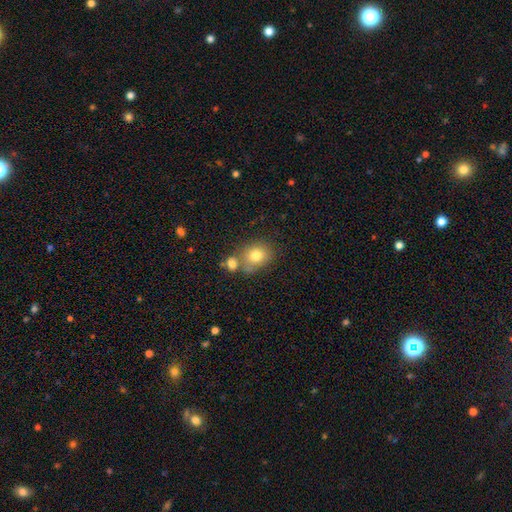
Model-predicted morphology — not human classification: This appears to be a smooth galaxy with no disk features (77%) that is round (66%). Merging: none (54%).